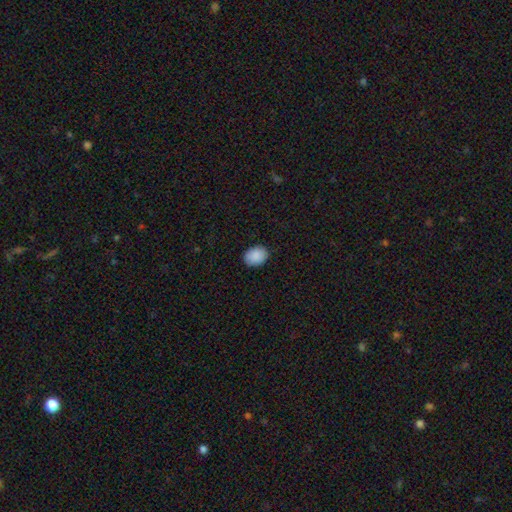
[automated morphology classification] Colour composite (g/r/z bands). It shows a smooth galaxy with no disk features (90%) that is in between round and cigar-shaped (63%). Merging: none (88%).